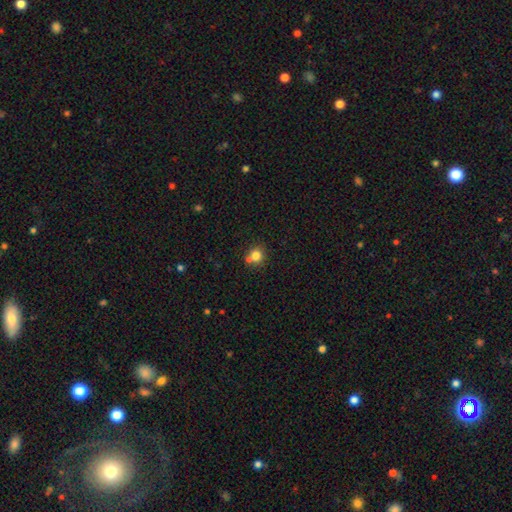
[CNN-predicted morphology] Smooth or featured: smooth — 80% (star or artifact — 12%)
How rounded: round — 89% (in between — 10%)
Merging: none — 63% (merger — 26%)